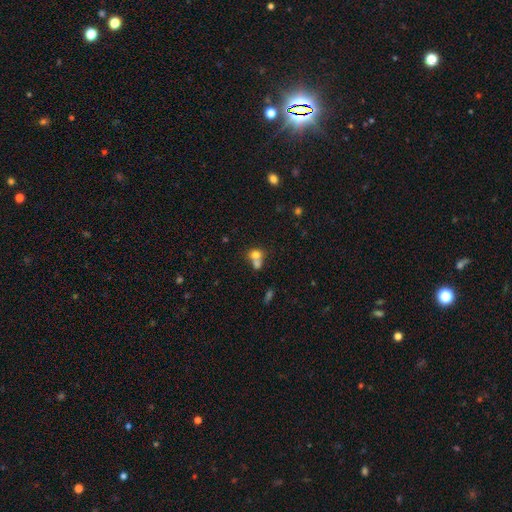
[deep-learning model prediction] Q: Smooth or featured?
A: smooth (73%); runner-up: featured or disk (15%)
Q: How rounded?
A: round (65%); runner-up: in between (33%)
Q: Merging?
A: merger (63%); runner-up: none (26%)